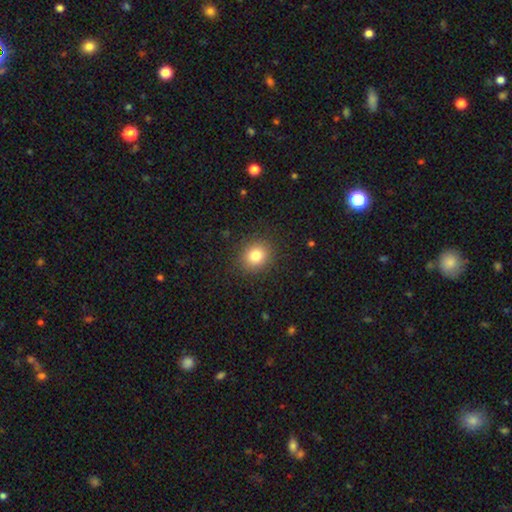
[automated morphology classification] smooth 82%, star or artifact 11%, featured or disk 7%. Down the decision tree: how rounded — round (76%); merging — none (89%).